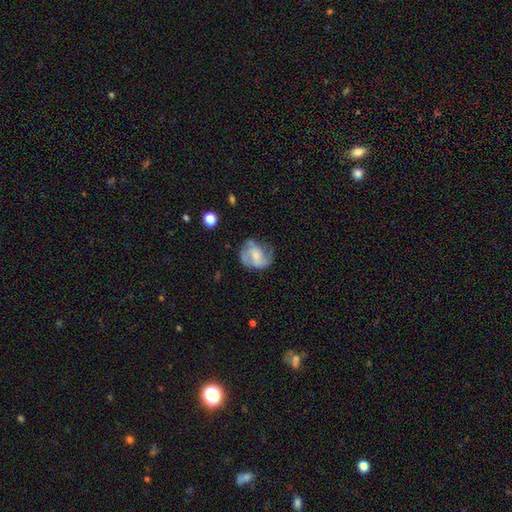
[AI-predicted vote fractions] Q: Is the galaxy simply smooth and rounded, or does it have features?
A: featured or disk — 62%.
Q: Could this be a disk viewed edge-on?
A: no — 97%.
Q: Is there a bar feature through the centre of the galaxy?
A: no — 54%.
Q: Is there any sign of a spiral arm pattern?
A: yes — 78%.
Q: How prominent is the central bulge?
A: small — 49%.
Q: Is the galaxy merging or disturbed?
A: none — 50%.